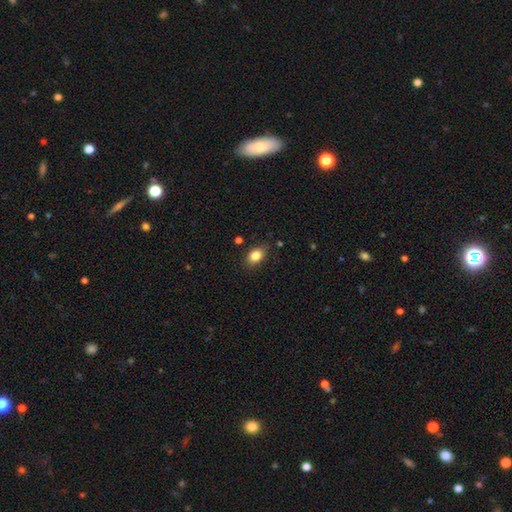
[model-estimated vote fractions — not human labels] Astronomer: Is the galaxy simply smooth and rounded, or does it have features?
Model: smooth — 83%.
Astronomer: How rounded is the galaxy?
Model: in between — 81%.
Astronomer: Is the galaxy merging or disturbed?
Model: none — 83%.